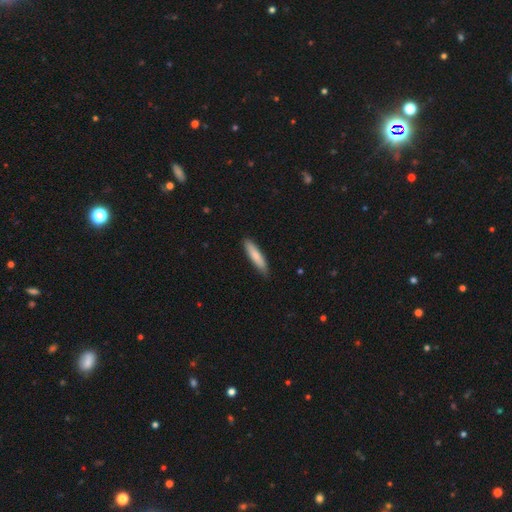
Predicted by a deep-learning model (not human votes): Smooth or featured: smooth — 78% (featured or disk — 16%)
How rounded: cigar-shaped — 83% (in between — 16%)
Merging: none — 86% (minor disturbance — 11%)